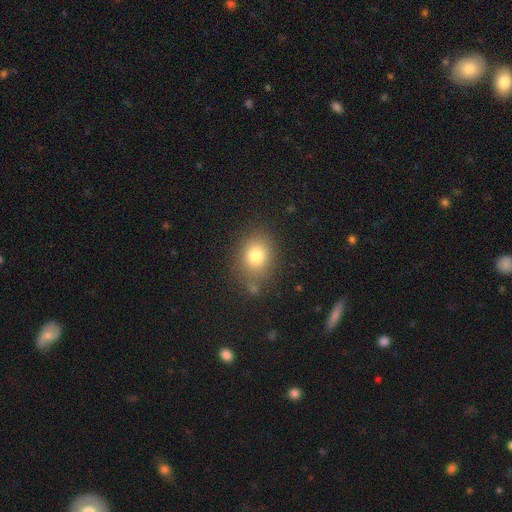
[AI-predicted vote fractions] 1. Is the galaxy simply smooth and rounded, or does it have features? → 79% smooth, 12% star or artifact, 9% featured or disk.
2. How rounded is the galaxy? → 58% round, 41% in between, 1% cigar-shaped.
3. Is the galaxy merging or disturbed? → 74% none, 16% minor disturbance, 6% major disturbance, 5% merger.